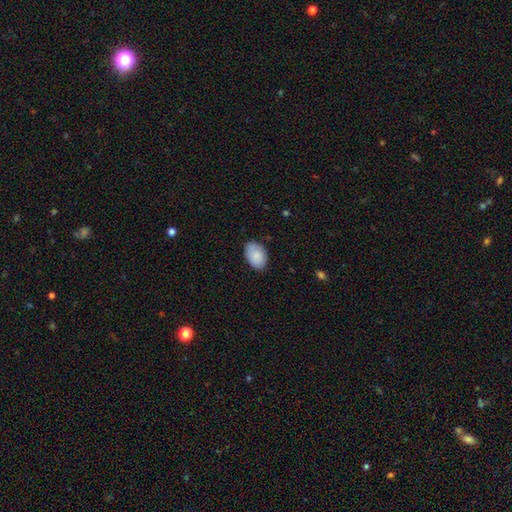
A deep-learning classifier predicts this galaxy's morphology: Q: Smooth or featured?
A: smooth (87%); runner-up: featured or disk (7%)
Q: How rounded?
A: in between (89%); runner-up: round (10%)
Q: Merging?
A: none (82%); runner-up: minor disturbance (14%)